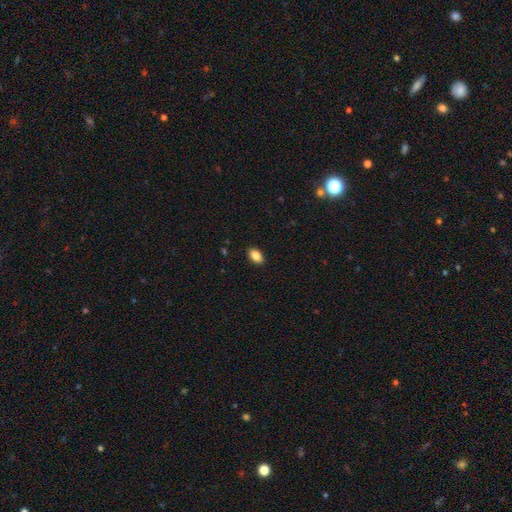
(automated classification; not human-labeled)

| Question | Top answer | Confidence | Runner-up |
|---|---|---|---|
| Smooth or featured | smooth | 86% | star or artifact (8%) |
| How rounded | in between | 91% | round (7%) |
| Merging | none | 90% | minor disturbance (8%) |